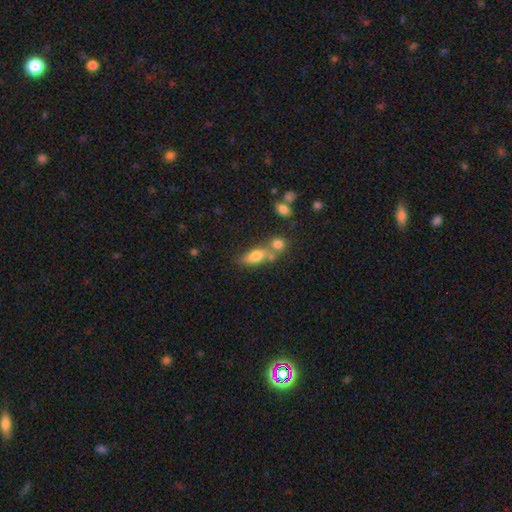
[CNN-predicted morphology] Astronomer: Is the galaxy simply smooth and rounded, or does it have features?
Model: smooth — 70%.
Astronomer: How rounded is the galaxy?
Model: in between — 70%.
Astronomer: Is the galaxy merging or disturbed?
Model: none — 45% (runner-up: merger, 35%).